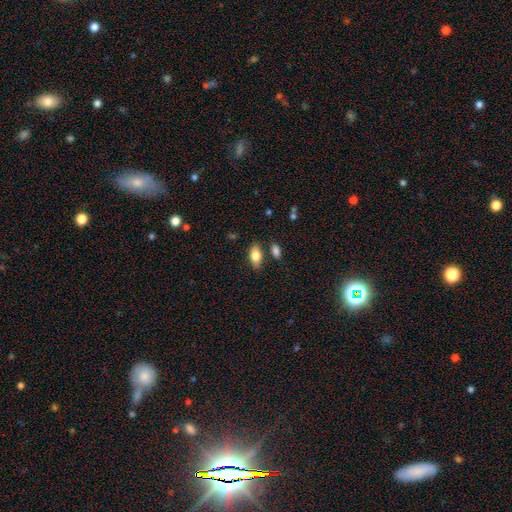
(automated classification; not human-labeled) This appears to be a smooth galaxy with no disk features (80%) that is in between round and cigar-shaped (90%). Merging: none (78%).